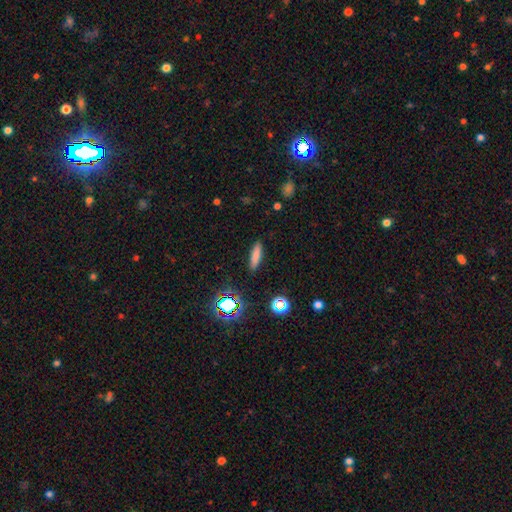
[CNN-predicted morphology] Smooth or featured? Predicted: smooth (p=0.77). How rounded? Predicted: cigar-shaped (p=0.72). Merging? Predicted: none (p=0.89).